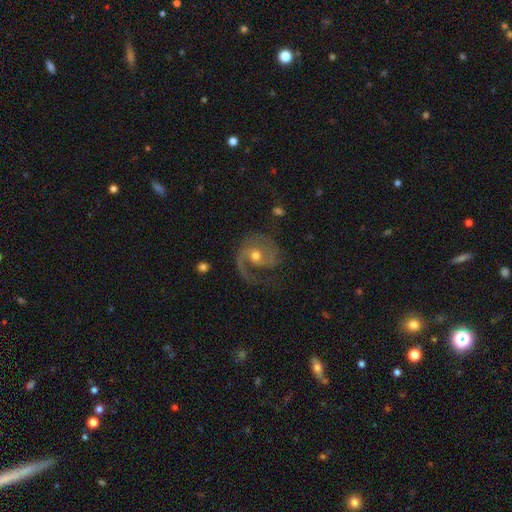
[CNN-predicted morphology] A featured or disk galaxy (87%) with no bar (61%), 2 (46%) medium (48%) spiral arms (96%) and a moderate central bulge (67%).

Vote fractions:
- Smooth or featured? featured or disk: 87% / smooth: 8% / star or artifact: 5%
- Edge-on disk? no: 98% / yes: 2%
- Bar? no: 61% / weak: 31% / strong: 7%
- Spiral arms? yes: 96% / no: 4%
- Spiral winding? medium: 48% / tight: 30% / loose: 22%
- Spiral arm count? 2: 46% / 1: 42% / can't tell: 5% / 3: 3% / 4: 2% / more than 4: 2%
- Bulge size? moderate: 67% / small: 27% / large: 4% / none: 1% / dominant: 1%
- Merging? none: 57% / major disturbance: 22% / minor disturbance: 18% / merger: 2%